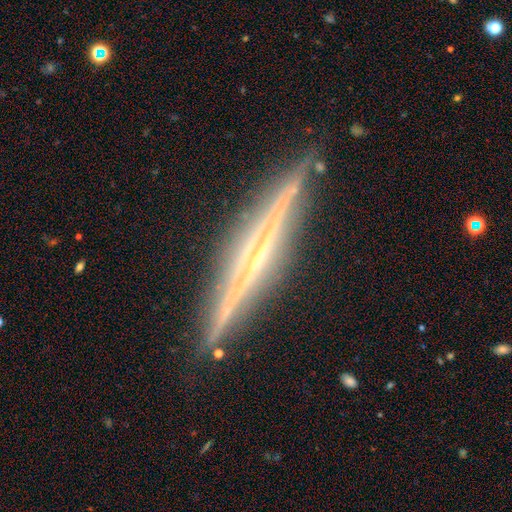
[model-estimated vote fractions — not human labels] featured or disk 85%, smooth 9%, star or artifact 6%. Down the decision tree: edge-on disk — yes (98%); edge-on bulge — none (48%); merging — none (89%).